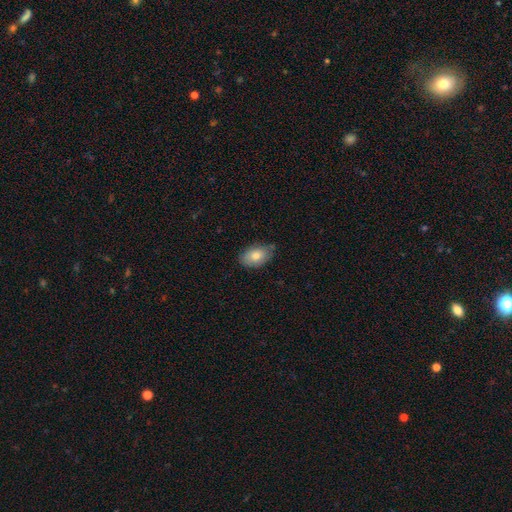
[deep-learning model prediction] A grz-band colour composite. It shows a smooth galaxy with no disk features (78%) that is in between round and cigar-shaped (90%). Merging: none (73%).